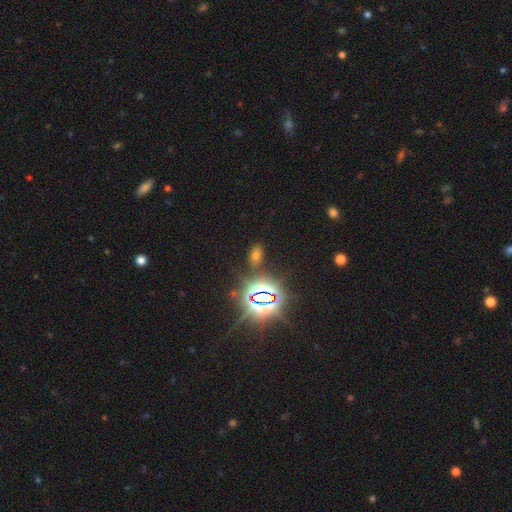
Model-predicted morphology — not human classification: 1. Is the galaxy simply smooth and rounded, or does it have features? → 47% star or artifact, 43% smooth, 10% featured or disk.